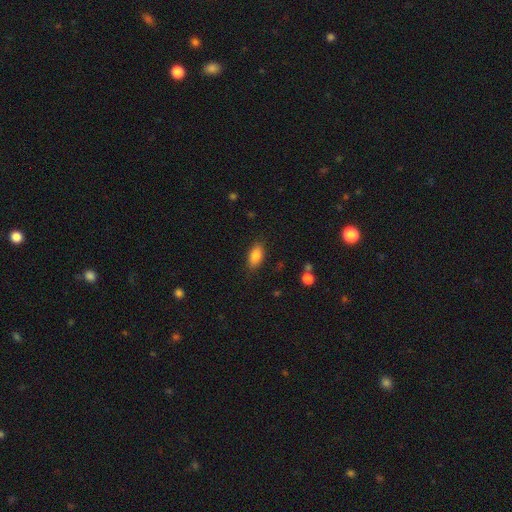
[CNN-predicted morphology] The model was most divided on "merging": none: 84%, minor disturbance: 11%, major disturbance: 3%, merger: 1%. More confident: how rounded — in between (87%); smooth or featured — smooth (83%).